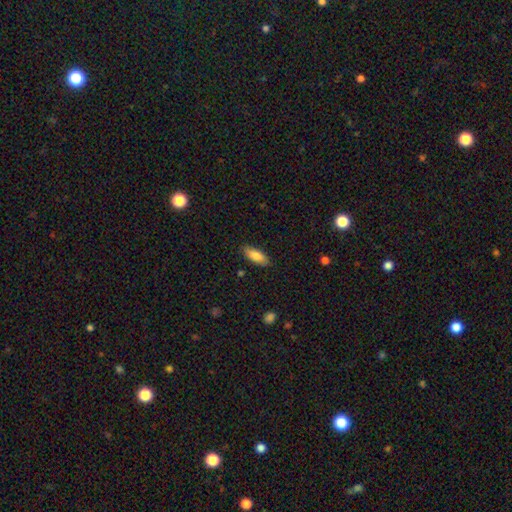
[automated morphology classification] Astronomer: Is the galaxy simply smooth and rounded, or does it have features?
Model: smooth — 81%.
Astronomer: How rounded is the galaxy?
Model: in between — 76%.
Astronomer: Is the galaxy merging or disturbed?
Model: none — 86%.